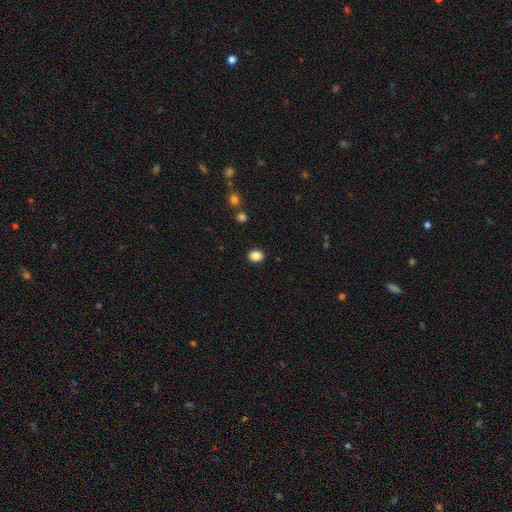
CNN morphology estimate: A smooth galaxy with no disk features (87%) that is in between round and cigar-shaped (59%).

Vote fractions:
- Smooth or featured? smooth: 87% / star or artifact: 9% / featured or disk: 4%
- How rounded? in between: 59% / round: 40% / cigar-shaped: 1%
- Merging? none: 89% / minor disturbance: 7% / major disturbance: 2% / merger: 2%